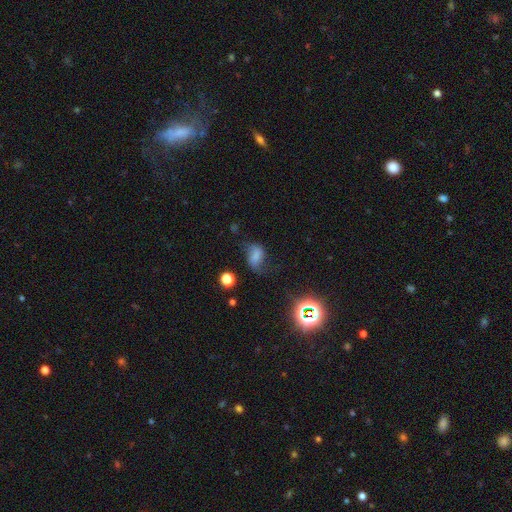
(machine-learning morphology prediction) Smooth or featured? smooth (52%)
How rounded? in between (79%)
Merging? none (48%)